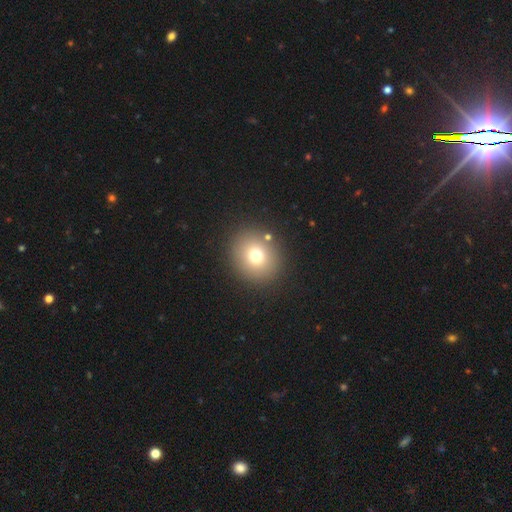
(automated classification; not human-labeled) Overall: smooth (72%). How rounded: round (83%). Merging: none (87%).